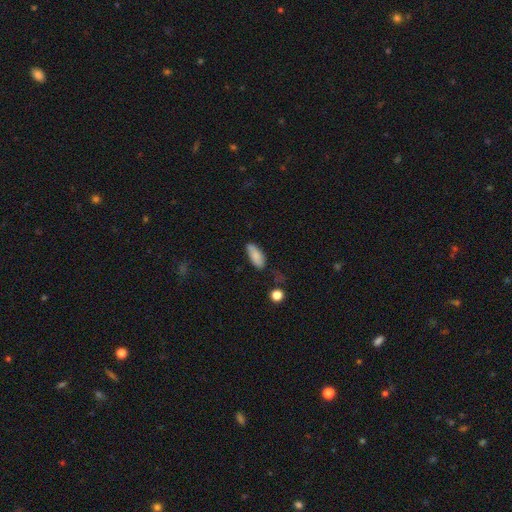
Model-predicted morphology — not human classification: Smooth or featured? Predicted: smooth (p=0.84). How rounded? Predicted: in between (p=0.79). Merging? Predicted: none (p=0.68).